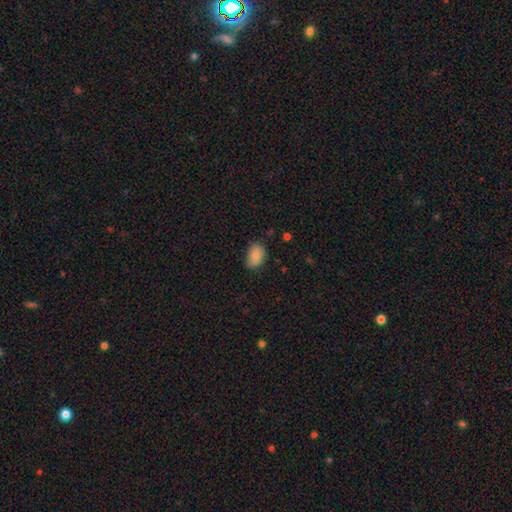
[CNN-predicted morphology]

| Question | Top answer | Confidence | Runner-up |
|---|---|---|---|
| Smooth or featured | smooth | 84% | featured or disk (8%) |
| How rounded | in between | 79% | round (20%) |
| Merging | none | 66% | minor disturbance (28%) |